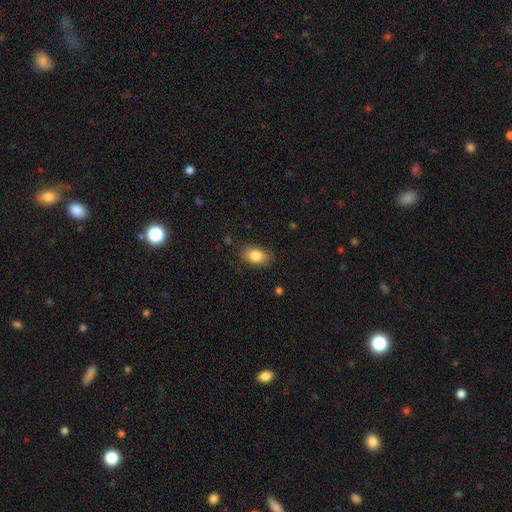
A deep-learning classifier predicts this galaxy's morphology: This appears to be a smooth galaxy with no disk features (84%) that is in between round and cigar-shaped (87%). Merging: none (84%).